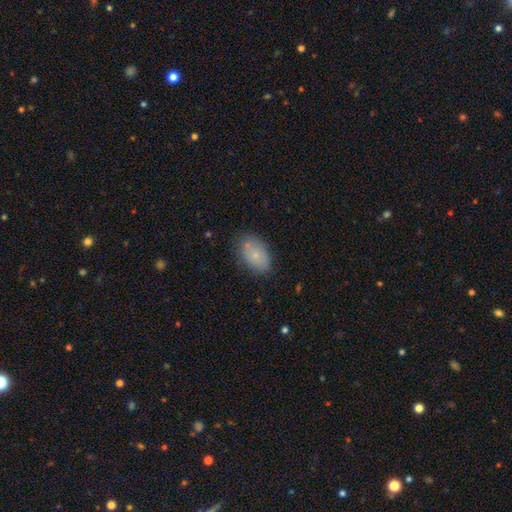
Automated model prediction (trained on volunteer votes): smooth 77%, featured or disk 14%, star or artifact 9%. Down the decision tree: how rounded — in between (90%); merging — none (75%).